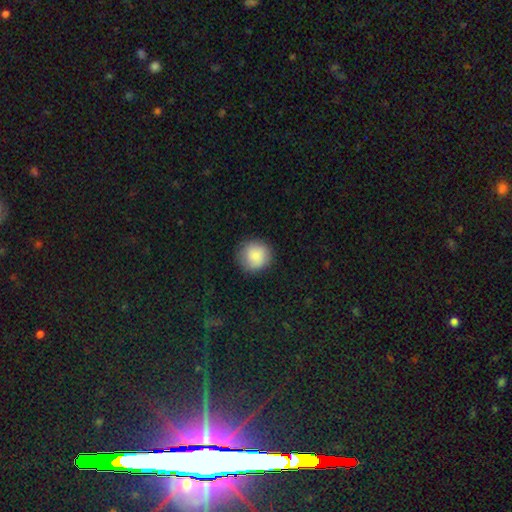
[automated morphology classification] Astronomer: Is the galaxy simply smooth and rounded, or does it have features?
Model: smooth — 85%.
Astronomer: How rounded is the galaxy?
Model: round — 93%.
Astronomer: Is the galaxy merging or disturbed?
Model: none — 86%.